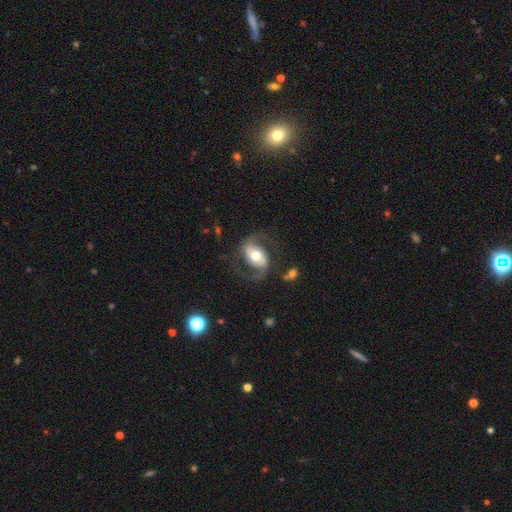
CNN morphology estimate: smooth_or_featured: featured or disk (p=0.83) [alt: smooth p=0.12]
disk_edge_on: no (p=0.97) [alt: yes p=0.03]
bar: weak (p=0.35) [alt: no p=0.34]
has_spiral_arms: yes (p=0.93) [alt: no p=0.07]
spiral_winding: medium (p=0.49) [alt: loose p=0.38]
spiral_arm_count: 2 (p=0.92) [alt: can't tell p=0.03]
bulge_size: moderate (p=0.69) [alt: large p=0.19]
merging: none (p=0.71) [alt: minor disturbance p=0.15]